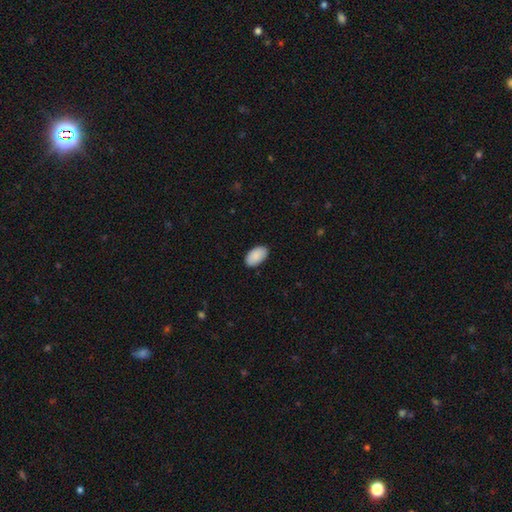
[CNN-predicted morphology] smooth_or_featured: smooth (p=0.91) [alt: star or artifact p=0.06]
how_rounded: in between (p=0.96) [alt: round p=0.03]
merging: none (p=0.88) [alt: minor disturbance p=0.09]